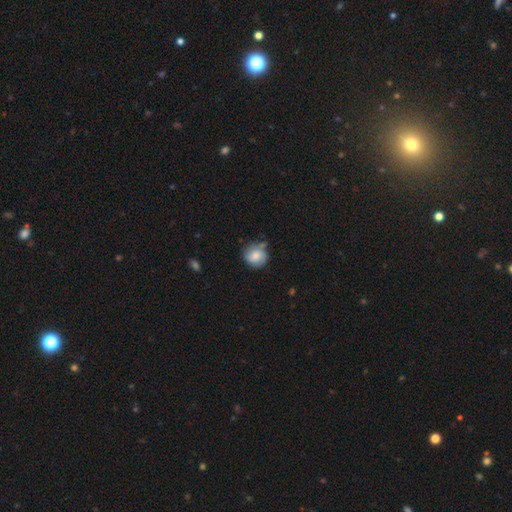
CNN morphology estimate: Smooth or featured: smooth — 68% (featured or disk — 24%)
How rounded: round — 85% (in between — 14%)
Merging: none — 62% (minor disturbance — 26%)